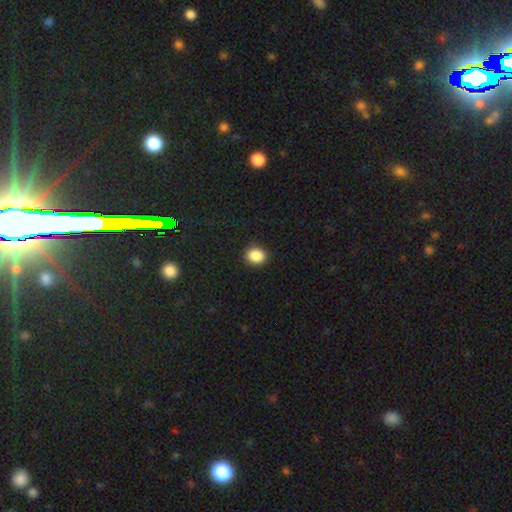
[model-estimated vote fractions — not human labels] This is clearly a smooth galaxy (88%). How rounded: likely round (64%). Merging: clearly none (90%).